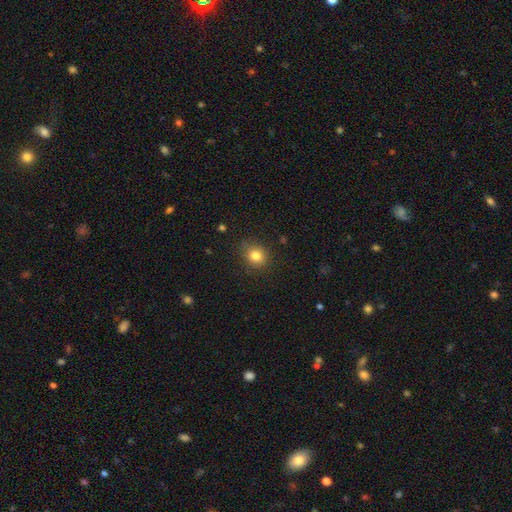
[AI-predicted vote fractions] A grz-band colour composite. It shows a smooth galaxy with no disk features (81%) that is round (78%). Merging: none (84%).